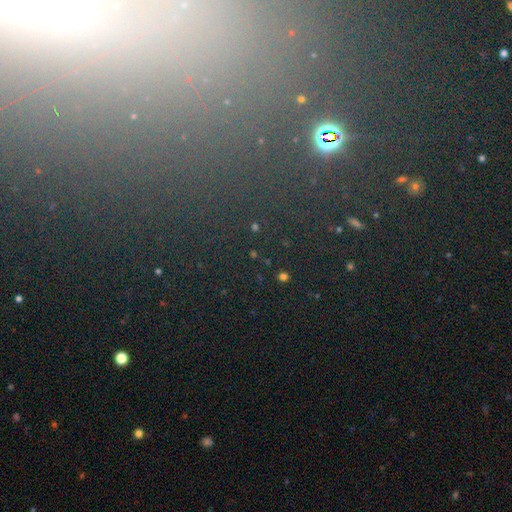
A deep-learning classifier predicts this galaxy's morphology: Q: Smooth or featured?
A: star or artifact (71%); runner-up: smooth (18%)